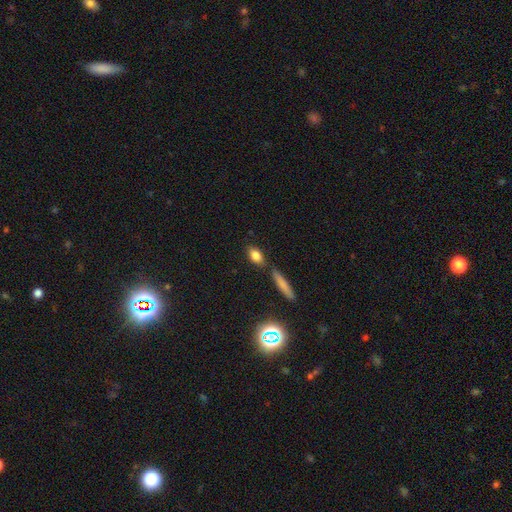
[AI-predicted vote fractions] smooth-or-featured: smooth: 81% | featured or disk: 10% | star or artifact: 9%
  how-rounded: in between: 78% | cigar-shaped: 13% | round: 9%
  merging: none: 70% | merger: 13% | minor disturbance: 13% | major disturbance: 4%